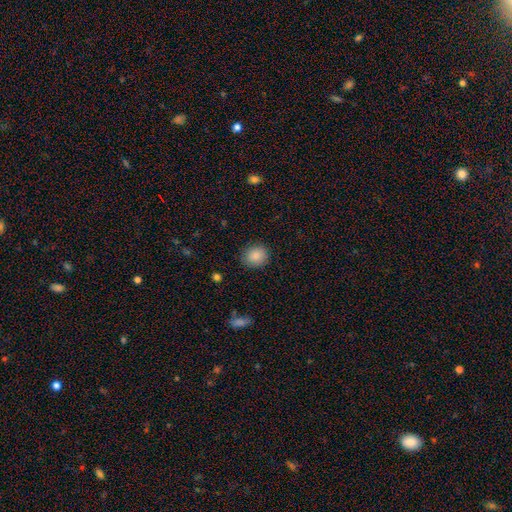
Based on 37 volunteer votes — Smooth or featured: smooth — 86% (star or artifact — 8%)
How rounded: round — 53% (in between — 47%)
Merging: none — 74% (minor disturbance — 21%)